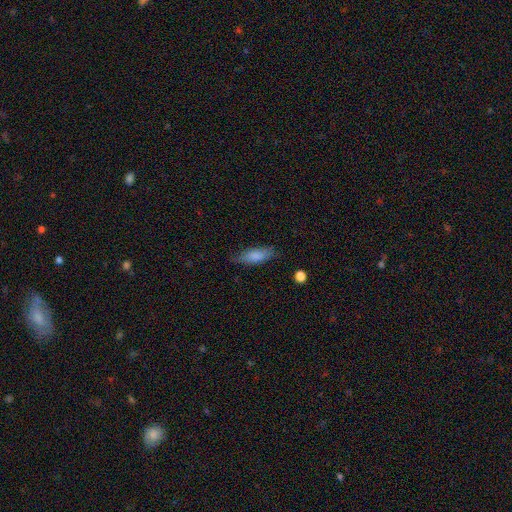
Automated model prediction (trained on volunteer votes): Smooth or featured: smooth — 81% (featured or disk — 12%)
How rounded: in between — 67% (cigar-shaped — 31%)
Merging: none — 76% (minor disturbance — 19%)